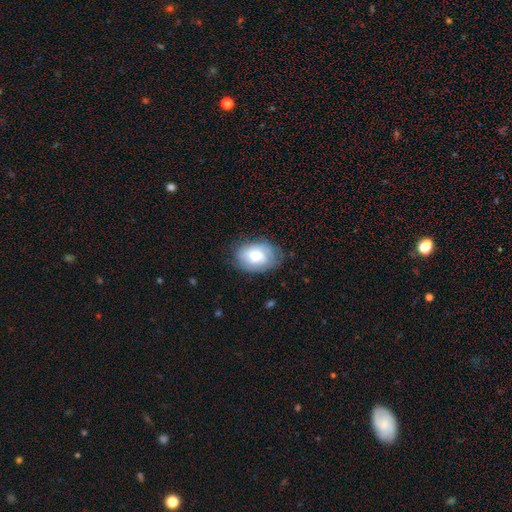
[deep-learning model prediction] smooth-or-featured: smooth: 56% | featured or disk: 37% | star or artifact: 7%
  how-rounded: in between: 82% | round: 17% | cigar-shaped: 1%
  merging: none: 72% | minor disturbance: 21% | major disturbance: 6% | merger: 1%